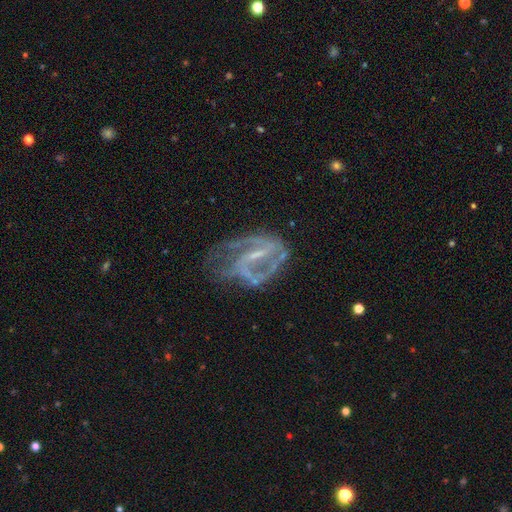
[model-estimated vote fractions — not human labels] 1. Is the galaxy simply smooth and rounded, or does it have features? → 84% featured or disk, 8% star or artifact, 8% smooth.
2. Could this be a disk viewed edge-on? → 97% no, 3% yes.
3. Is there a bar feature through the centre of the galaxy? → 42% strong (tied), 42% weak (tied), 17% no.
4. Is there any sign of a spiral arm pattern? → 87% yes, 13% no.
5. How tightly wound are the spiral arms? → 48% medium, 28% loose, 24% tight.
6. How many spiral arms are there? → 69% 2, 14% can't tell, 7% 1, 7% 3, 2% 4, 2% more than 4.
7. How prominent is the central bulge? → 60% small, 22% none, 16% moderate, 1% large, 1% dominant.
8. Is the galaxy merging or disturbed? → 46% none, 26% major disturbance, 24% minor disturbance, 4% merger.